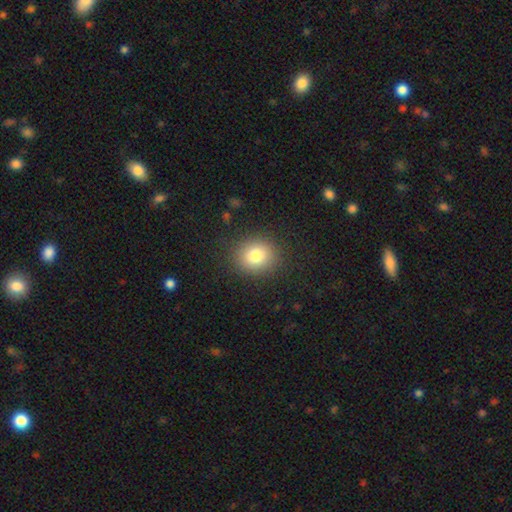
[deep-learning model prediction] smooth 80%, star or artifact 12%, featured or disk 8%. Down the decision tree: how rounded — round (74%); merging — none (87%).